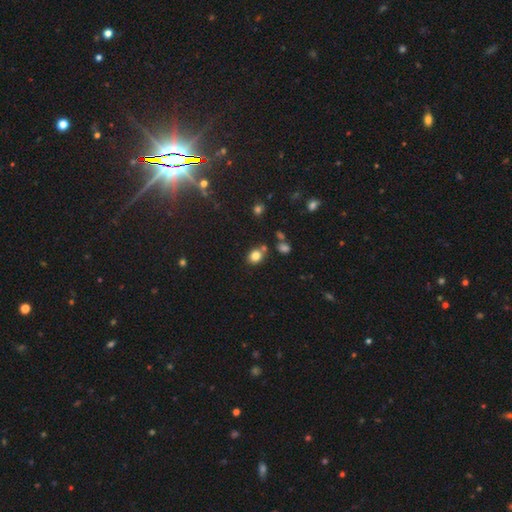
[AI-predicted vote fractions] Morphology: type=smooth (81%); roundness=round (59%); merging=none (71%).